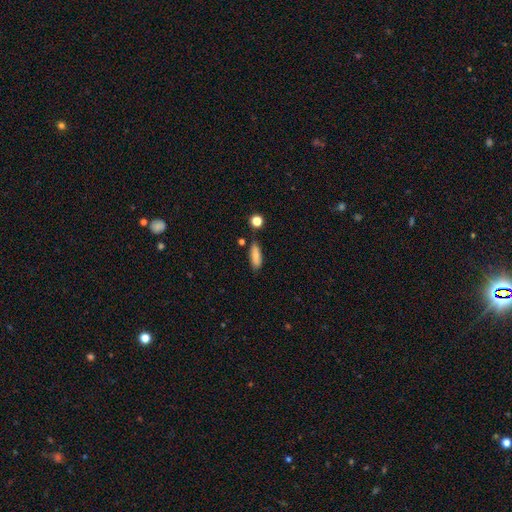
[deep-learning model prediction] Morphology: type=smooth (82%); roundness=in between (58%); merging=none (77%).